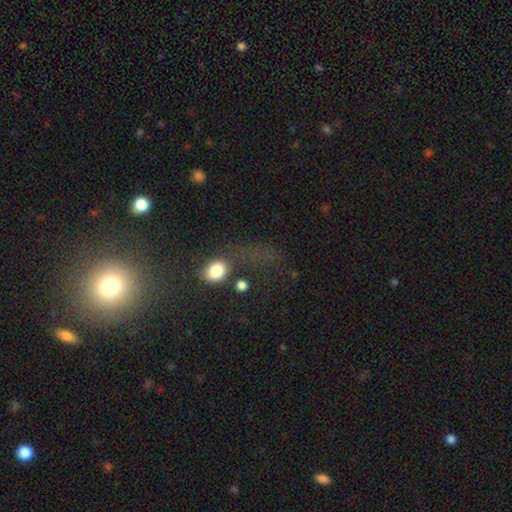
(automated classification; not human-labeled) star or artifact 51%, smooth 32%, featured or disk 17%.